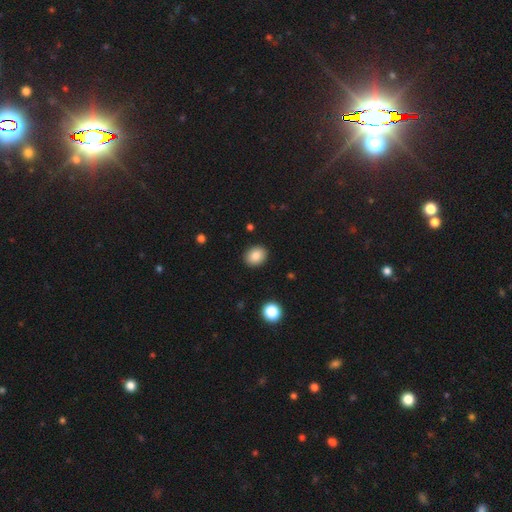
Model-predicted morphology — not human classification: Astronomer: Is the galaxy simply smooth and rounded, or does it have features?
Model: smooth — 86%.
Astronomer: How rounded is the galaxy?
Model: round — 54% (runner-up: in between, 45%).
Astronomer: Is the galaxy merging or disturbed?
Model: none — 90%.